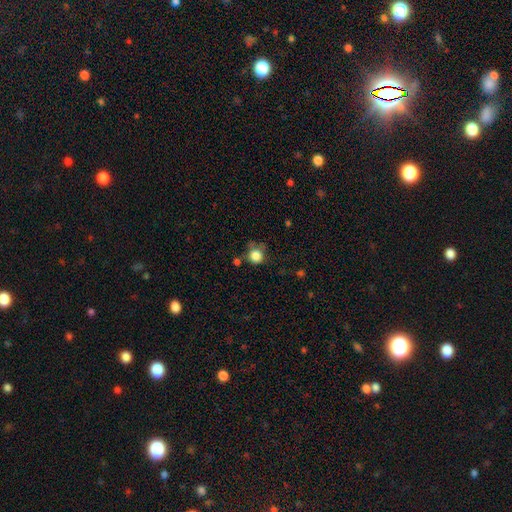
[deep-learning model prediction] Smooth or featured? Predicted: smooth (p=0.84). How rounded? Predicted: round (p=0.89). Merging? Predicted: none (p=0.63).